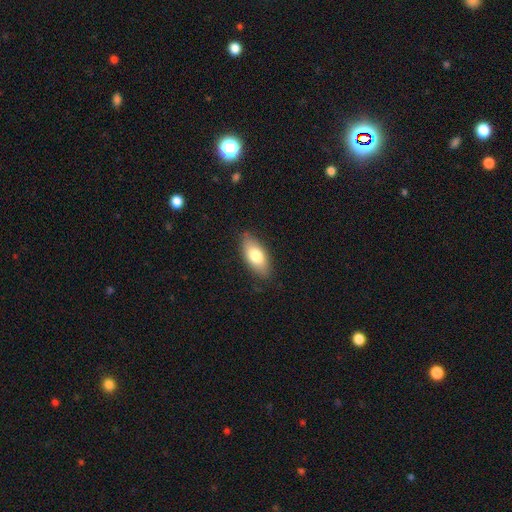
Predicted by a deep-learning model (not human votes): Q: Smooth or featured?
A: smooth (76%); runner-up: featured or disk (18%)
Q: How rounded?
A: in between (87%); runner-up: cigar-shaped (10%)
Q: Merging?
A: none (82%); runner-up: minor disturbance (14%)